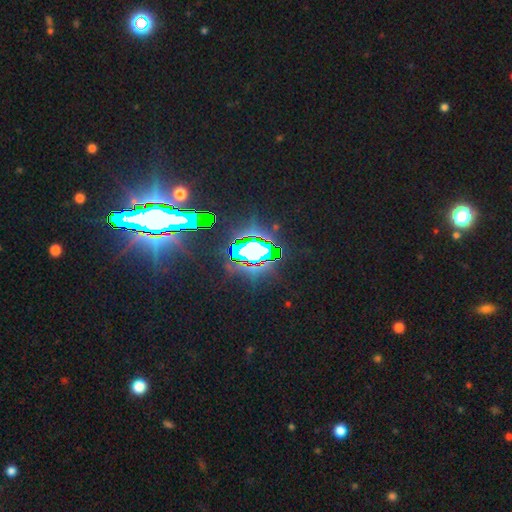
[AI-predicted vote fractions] Smooth or featured? Predicted: star or artifact (p=0.73).